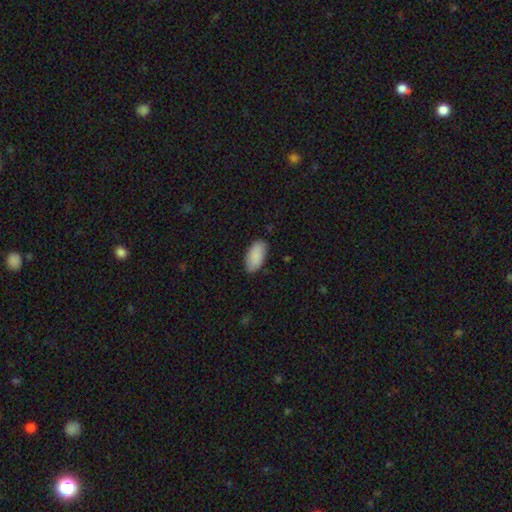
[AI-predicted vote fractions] Overall: smooth (90%). How rounded: in between (94%). Merging: none (85%).